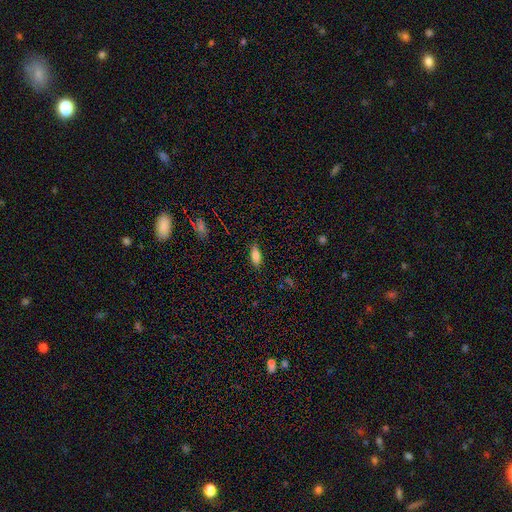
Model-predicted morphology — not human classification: This appears to be a smooth galaxy with no disk features (78%) that is in between round and cigar-shaped (78%). Merging: none (86%).